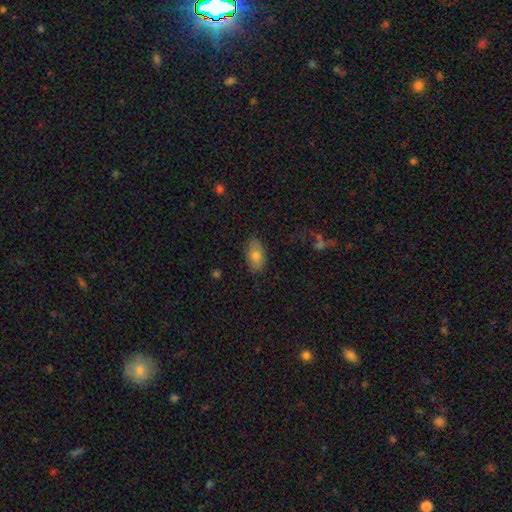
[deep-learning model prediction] This appears to be a smooth galaxy with no disk features (78%) that is in between round and cigar-shaped (92%). Merging: none (82%).